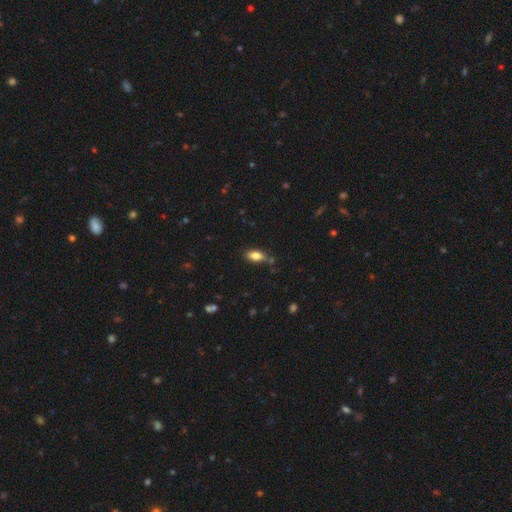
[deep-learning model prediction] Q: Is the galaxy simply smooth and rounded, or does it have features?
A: smooth — 80%.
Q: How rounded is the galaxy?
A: in between — 86%.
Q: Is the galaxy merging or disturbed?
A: none — 72%.